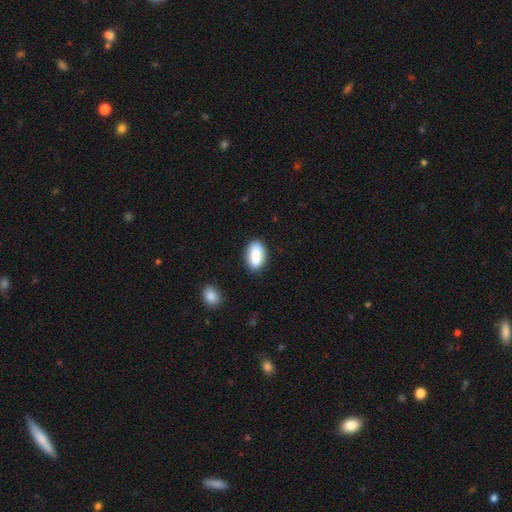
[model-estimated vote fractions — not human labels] The model was most divided on "merging": none: 81%, minor disturbance: 13%, merger: 3%, major disturbance: 3%. More confident: how rounded — in between (90%); smooth or featured — smooth (87%).